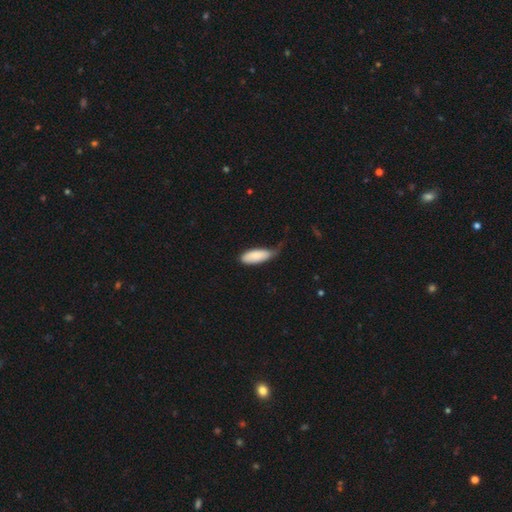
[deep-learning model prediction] Q: Smooth or featured?
A: smooth (86%); runner-up: featured or disk (9%)
Q: How rounded?
A: in between (79%); runner-up: cigar-shaped (19%)
Q: Merging?
A: minor disturbance (49%); runner-up: none (27%)